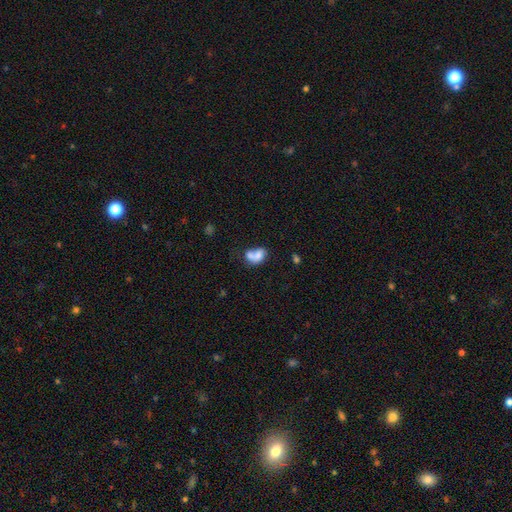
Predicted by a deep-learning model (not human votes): A smooth galaxy with no disk features (68%) that is in between round and cigar-shaped (74%).

Vote fractions:
- Smooth or featured? smooth: 68% / featured or disk: 23% / star or artifact: 9%
- How rounded? in between: 74% / round: 24% / cigar-shaped: 2%
- Merging? merger: 56% / none: 21% / minor disturbance: 12% / major disturbance: 11%